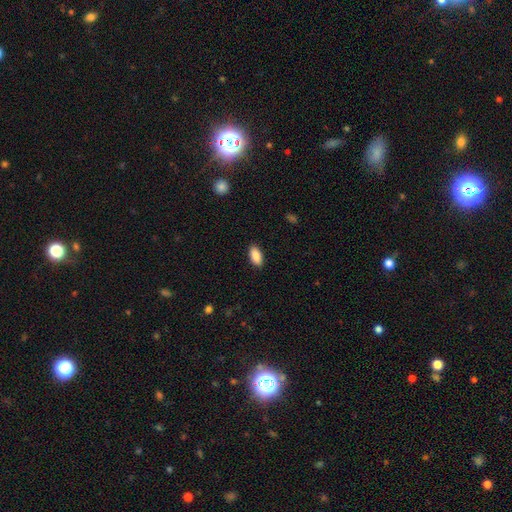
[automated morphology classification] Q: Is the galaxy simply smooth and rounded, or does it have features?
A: smooth — 89%.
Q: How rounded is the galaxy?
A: in between — 91%.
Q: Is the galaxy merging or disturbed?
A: none — 89%.